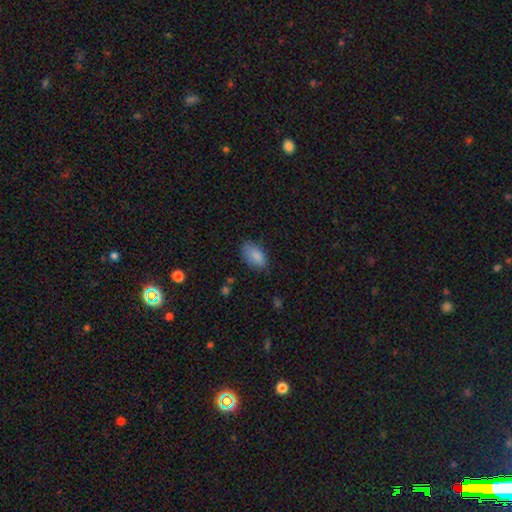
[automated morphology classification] Smooth or featured?
  - smooth: 86% *
  - star or artifact: 8%
  - featured or disk: 7%
How rounded?
  - in between: 92% *
  - round: 5%
  - cigar-shaped: 3%
Merging?
  - none: 71% *
  - minor disturbance: 22%
  - major disturbance: 5%
  - merger: 1%